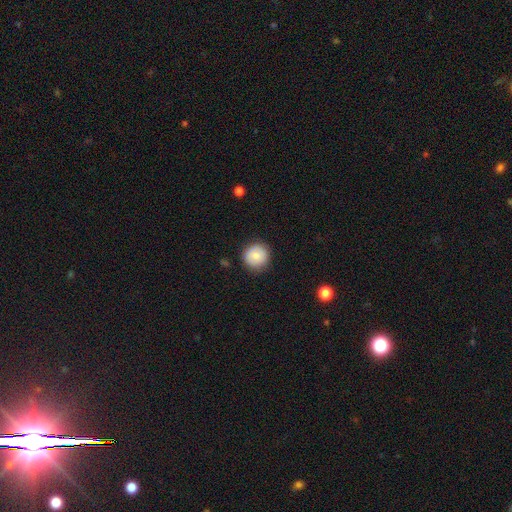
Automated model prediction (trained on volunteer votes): smooth_or_featured: smooth (p=0.76) [alt: featured or disk p=0.16]
how_rounded: round (p=0.94) [alt: in between p=0.05]
merging: none (p=0.86) [alt: minor disturbance p=0.11]